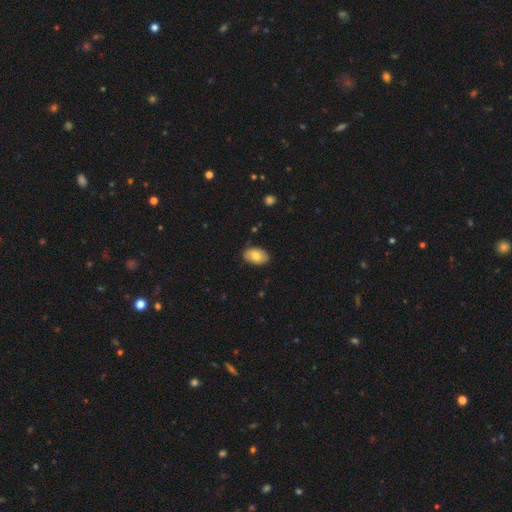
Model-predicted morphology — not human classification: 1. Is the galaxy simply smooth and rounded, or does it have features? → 77% smooth, 16% featured or disk, 7% star or artifact.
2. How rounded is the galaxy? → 92% in between, 7% round, 1% cigar-shaped.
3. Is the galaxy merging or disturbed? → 86% none, 11% minor disturbance, 2% major disturbance, 1% merger.